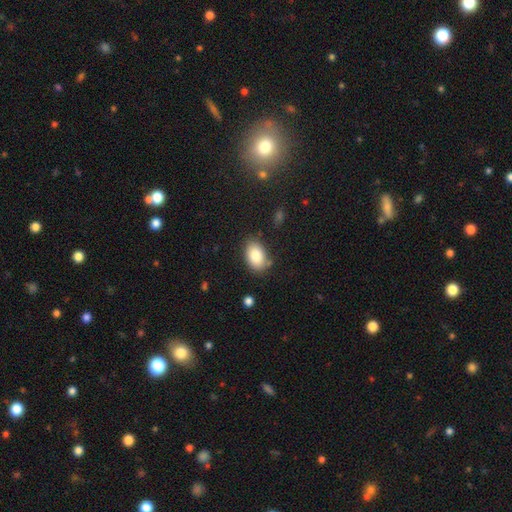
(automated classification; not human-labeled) The model was most divided on "merging": none: 79%, minor disturbance: 14%, major disturbance: 3%, merger: 3%. More confident: how rounded — in between (88%); smooth or featured — smooth (85%).